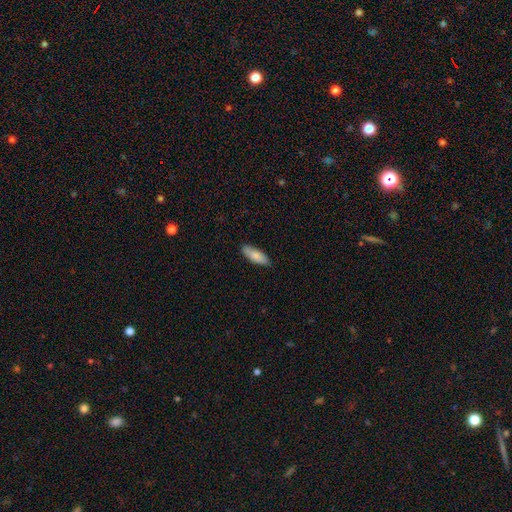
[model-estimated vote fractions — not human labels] smooth 83%, featured or disk 12%, star or artifact 6%. Down the decision tree: how rounded — in between (61%); merging — none (85%).